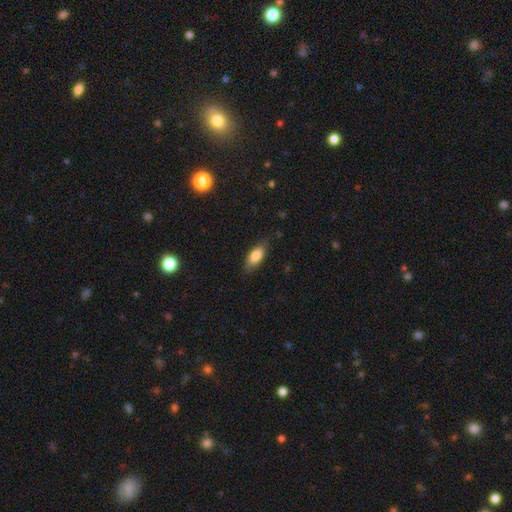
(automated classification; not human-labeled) smooth 82%, featured or disk 11%, star or artifact 7%. Down the decision tree: how rounded — in between (82%); merging — none (77%).